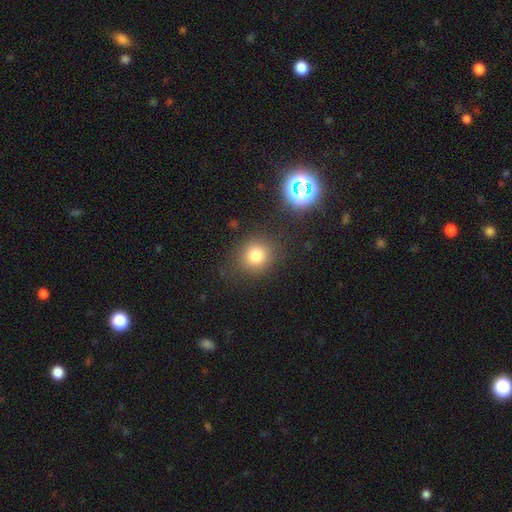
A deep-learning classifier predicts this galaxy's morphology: A smooth galaxy with no disk features (78%) that is round (84%).

Vote fractions:
- Smooth or featured? smooth: 78% / star or artifact: 14% / featured or disk: 7%
- How rounded? round: 84% / in between: 15% / cigar-shaped: 1%
- Merging? none: 83% / minor disturbance: 10% / major disturbance: 4% / merger: 3%